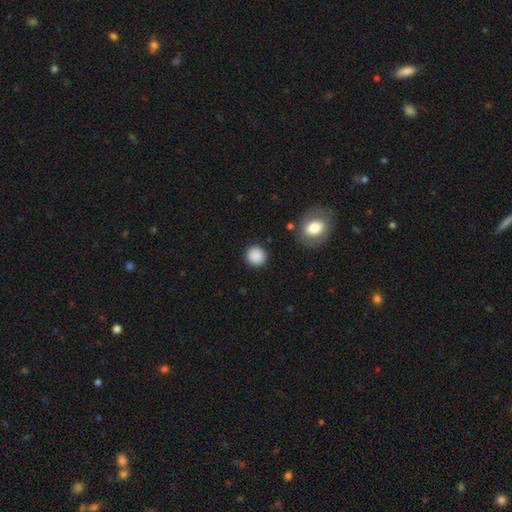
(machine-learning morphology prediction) Overall: smooth (88%). How rounded: round (92%). Merging: none (88%).